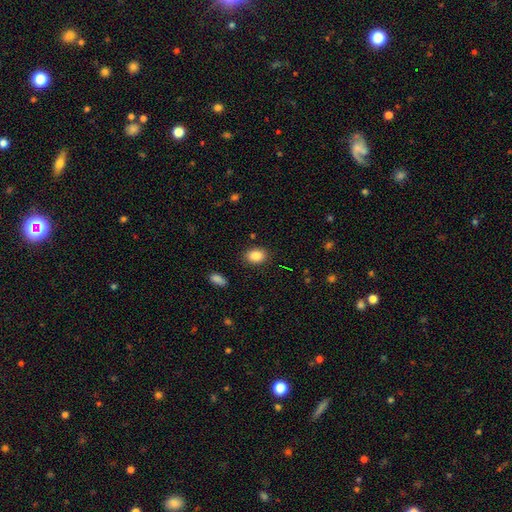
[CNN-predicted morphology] A smooth galaxy with no disk features (87%) that is in between round and cigar-shaped (68%).

Vote fractions:
- Smooth or featured? smooth: 87% / star or artifact: 9% / featured or disk: 5%
- How rounded? in between: 68% / round: 31% / cigar-shaped: 1%
- Merging? none: 87% / minor disturbance: 9% / major disturbance: 3% / merger: 2%